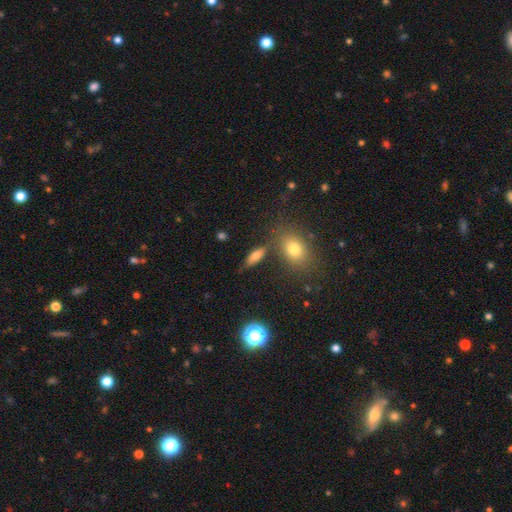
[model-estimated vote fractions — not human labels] Smooth or featured?
  - smooth: 67% *
  - featured or disk: 21%
  - star or artifact: 11%
How rounded?
  - in between: 66% *
  - cigar-shaped: 28%
  - round: 6%
Merging?
  - none: 73% *
  - minor disturbance: 15%
  - merger: 7%
  - major disturbance: 5%